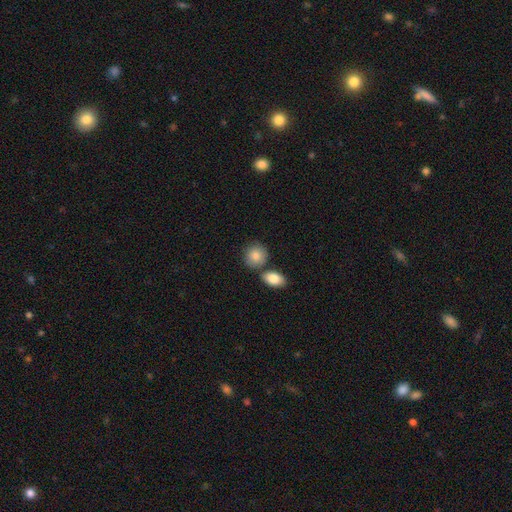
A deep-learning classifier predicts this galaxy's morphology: Overall: smooth (86%). How rounded: round (71%). Merging: none (65%).